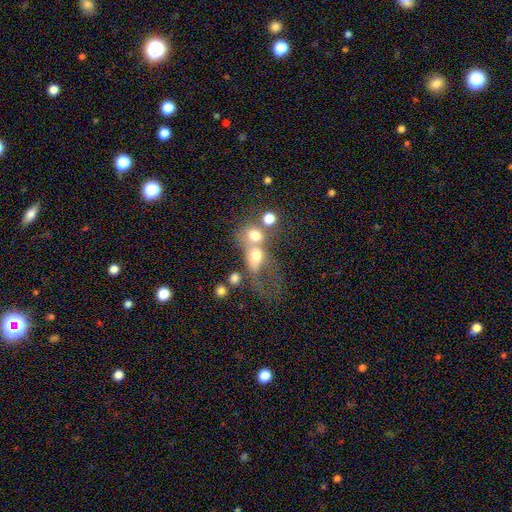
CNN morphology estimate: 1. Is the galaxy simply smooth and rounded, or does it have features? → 55% smooth, 28% featured or disk, 17% star or artifact.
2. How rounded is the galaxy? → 50% round, 47% in between, 3% cigar-shaped.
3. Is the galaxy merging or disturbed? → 60% merger, 19% major disturbance, 15% none, 7% minor disturbance.